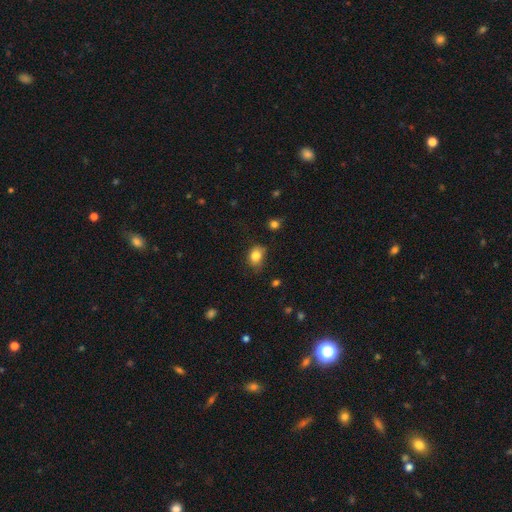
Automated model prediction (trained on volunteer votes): The model was most divided on "how rounded": in between: 63%, round: 36%, cigar-shaped: 1%. More confident: smooth or featured — smooth (83%); merging — none (61%).